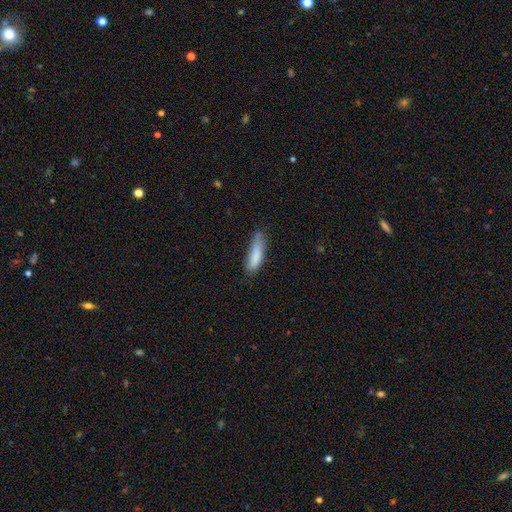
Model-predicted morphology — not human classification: Overall: smooth (84%). How rounded: cigar-shaped (66%; in between 32%). Merging: none (56%; minor disturbance 33%).